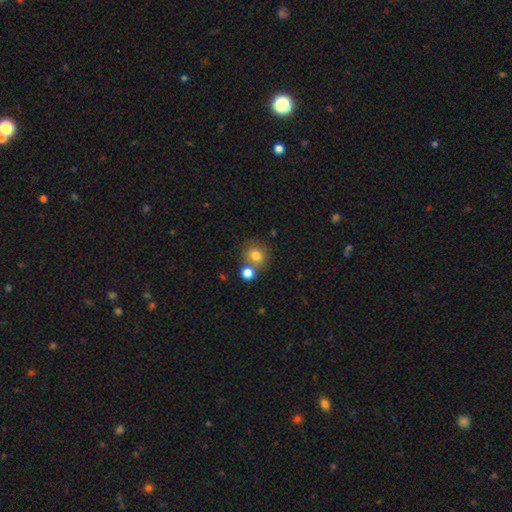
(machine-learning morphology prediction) smooth 78%, star or artifact 12%, featured or disk 11%. Down the decision tree: how rounded — round (81%); merging — none (58%).